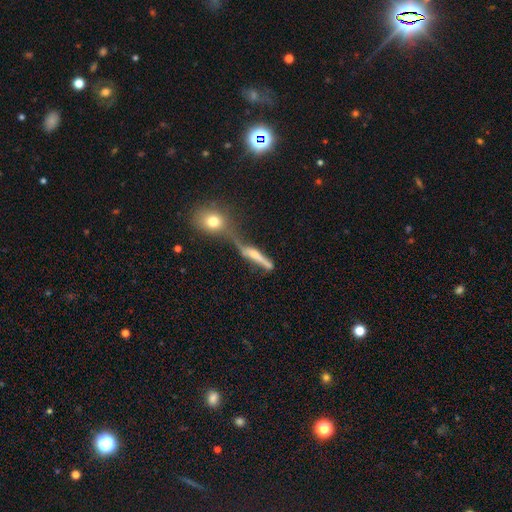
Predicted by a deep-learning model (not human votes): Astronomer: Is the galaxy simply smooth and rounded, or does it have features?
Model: featured or disk — 43%, tied with smooth at 43%.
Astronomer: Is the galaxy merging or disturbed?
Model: merger — 45% (runner-up: none, 29%).